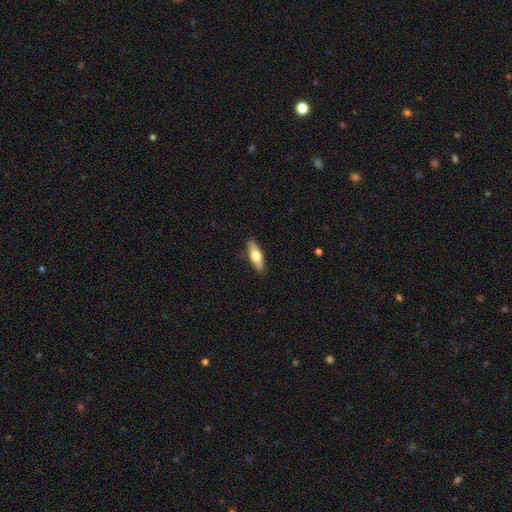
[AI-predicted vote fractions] A smooth galaxy with no disk features (63%) that is in between round and cigar-shaped (56%).

Vote fractions:
- Smooth or featured? smooth: 63% / featured or disk: 32% / star or artifact: 6%
- How rounded? in between: 56% / cigar-shaped: 42% / round: 3%
- Merging? none: 87% / minor disturbance: 10% / major disturbance: 2% / merger: 1%